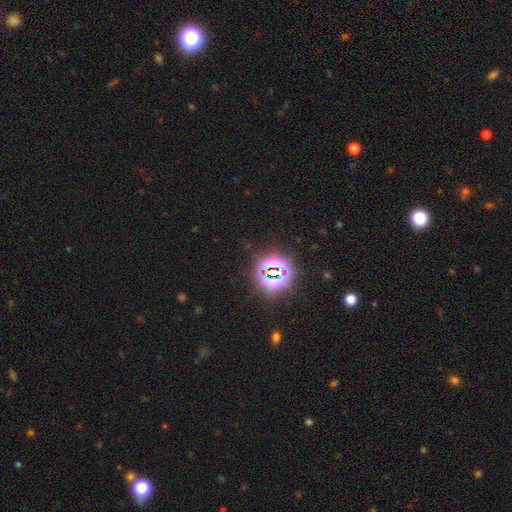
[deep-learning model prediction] A star or artifact, not a galaxy (81%).